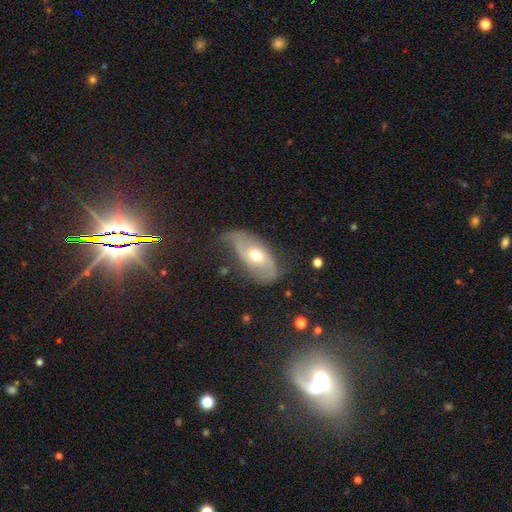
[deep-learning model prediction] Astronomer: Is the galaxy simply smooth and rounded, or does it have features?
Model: featured or disk — 60%.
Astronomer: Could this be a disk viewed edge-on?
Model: no — 89%.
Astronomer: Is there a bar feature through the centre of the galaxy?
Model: no — 64%.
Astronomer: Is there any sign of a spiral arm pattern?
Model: yes — 74%.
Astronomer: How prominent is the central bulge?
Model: moderate — 70%.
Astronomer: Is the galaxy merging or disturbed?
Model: none — 47% (runner-up: minor disturbance, 33%).